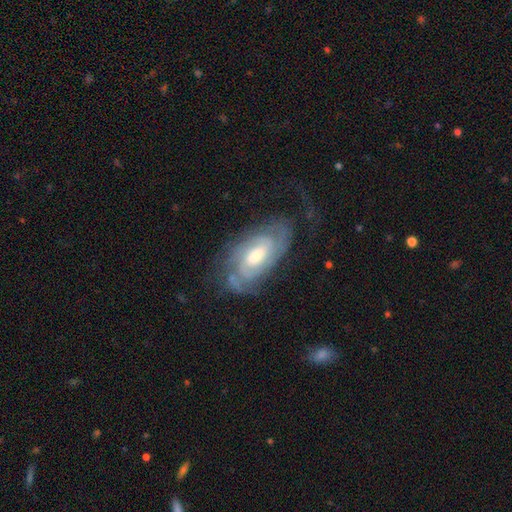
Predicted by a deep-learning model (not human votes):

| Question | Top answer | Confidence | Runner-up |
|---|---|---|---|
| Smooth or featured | featured or disk | 84% | smooth (11%) |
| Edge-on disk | no | 94% | yes (6%) |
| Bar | no | 47% | weak (42%) |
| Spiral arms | yes | 95% | no (5%) |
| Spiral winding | tight | 63% | medium (29%) |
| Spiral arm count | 2 | 40% | can't tell (32%) |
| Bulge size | moderate | 61% | small (20%) |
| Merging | none | 64% | minor disturbance (21%) |